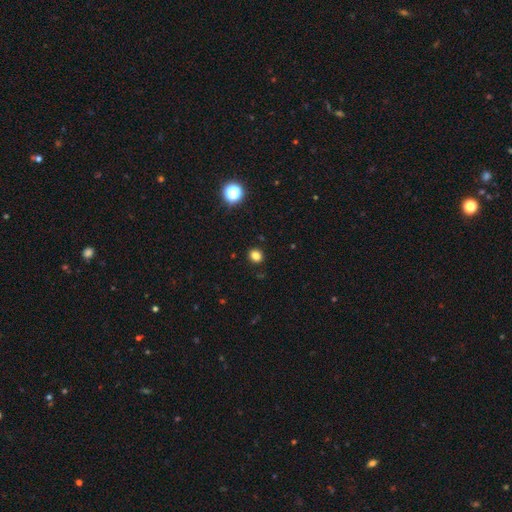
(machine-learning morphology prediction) This appears to be a smooth galaxy with no disk features (82%) that is round (71%). Merging: none (91%).